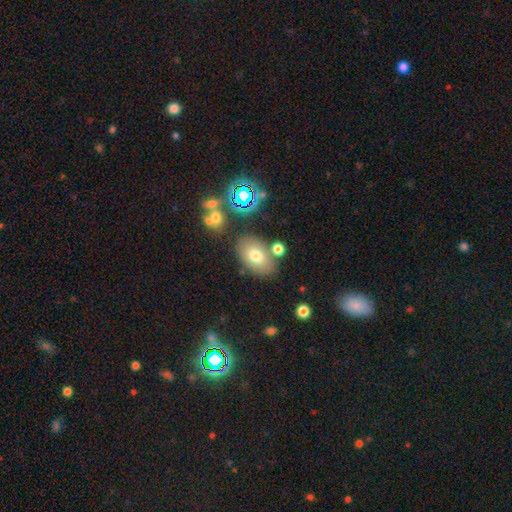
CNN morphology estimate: Smooth or featured? Predicted: smooth (p=0.71). How rounded? Predicted: in between (p=0.86). Merging? Predicted: none (p=0.73).